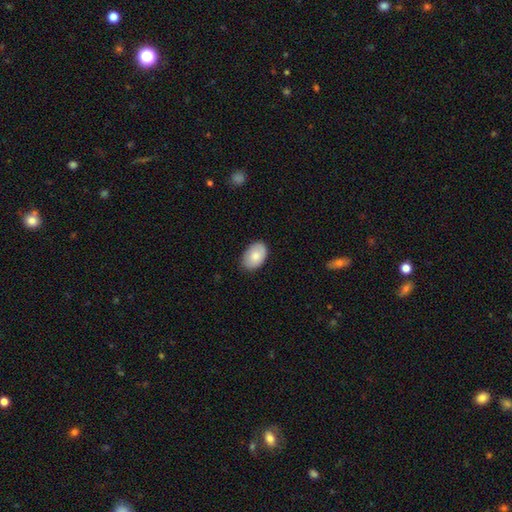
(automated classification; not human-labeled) A smooth galaxy with no disk features (83%) that is in between round and cigar-shaped (90%).

Vote fractions:
- Smooth or featured? smooth: 83% / featured or disk: 11% / star or artifact: 6%
- How rounded? in between: 90% / round: 9% / cigar-shaped: 1%
- Merging? none: 83% / minor disturbance: 14% / major disturbance: 2% / merger: 1%